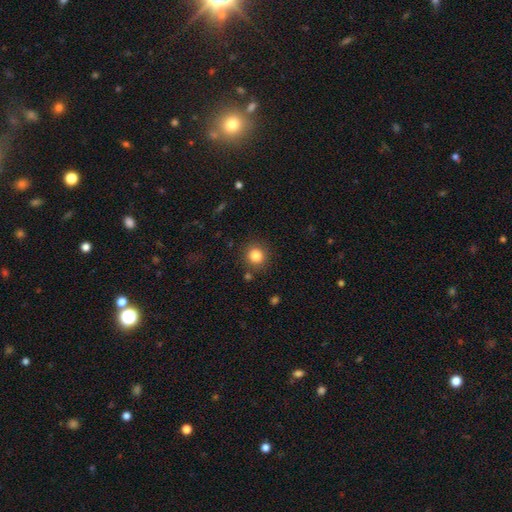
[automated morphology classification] Q: Smooth or featured?
A: smooth (83%); runner-up: star or artifact (11%)
Q: How rounded?
A: round (91%); runner-up: in between (8%)
Q: Merging?
A: none (86%); runner-up: minor disturbance (8%)